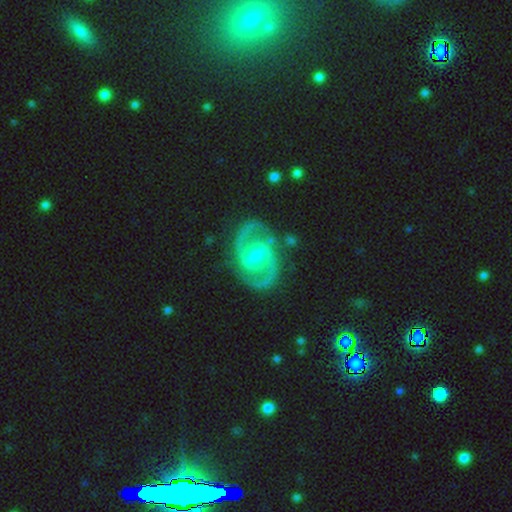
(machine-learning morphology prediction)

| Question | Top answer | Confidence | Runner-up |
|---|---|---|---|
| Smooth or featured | featured or disk | 92% | star or artifact (4%) |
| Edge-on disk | no | 98% | yes (2%) |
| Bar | weak | 53% | no (29%) |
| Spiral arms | yes | 98% | no (2%) |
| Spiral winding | medium | 66% | tight (21%) |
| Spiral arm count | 2 | 94% | can't tell (2%) |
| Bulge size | moderate | 59% | small (32%) |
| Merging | none | 82% | minor disturbance (13%) |